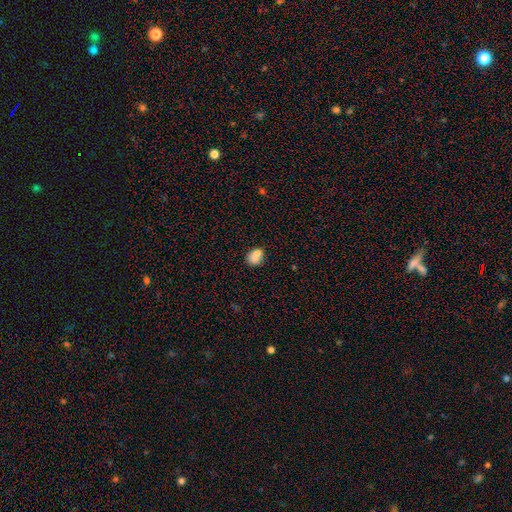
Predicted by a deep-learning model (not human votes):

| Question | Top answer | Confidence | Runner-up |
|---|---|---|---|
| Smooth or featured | smooth | 75% | featured or disk (14%) |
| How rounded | round | 54% | in between (45%) |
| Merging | none | 46% | merger (34%) |